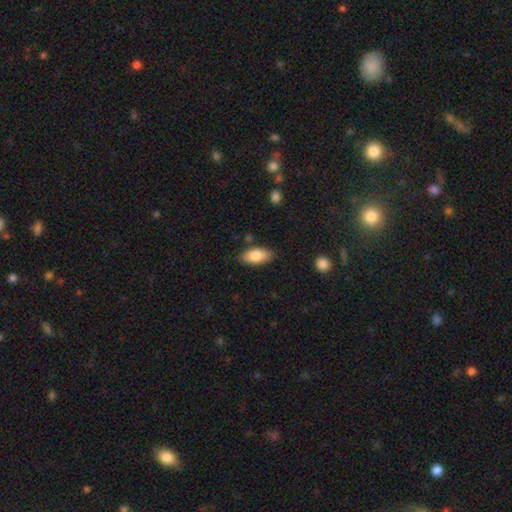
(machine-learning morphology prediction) This appears to be a smooth galaxy with no disk features (83%) that is in between round and cigar-shaped (90%). Merging: none (83%).